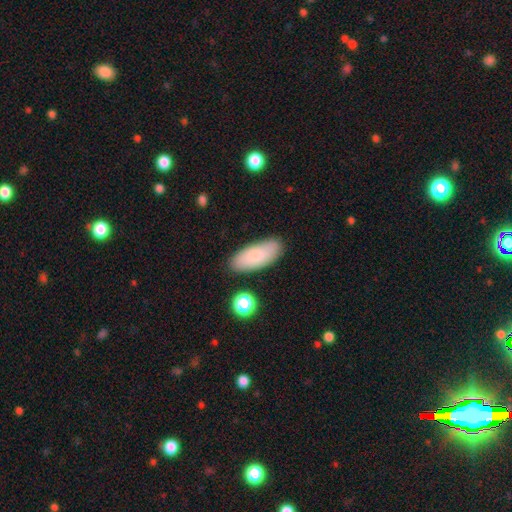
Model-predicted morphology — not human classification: type=smooth (83%); roundness=in between (82%); merging=none (84%).